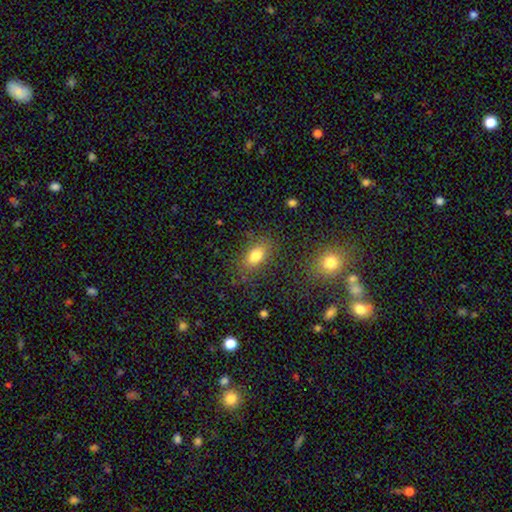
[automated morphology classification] smooth 78%, star or artifact 12%, featured or disk 10%. Down the decision tree: how rounded — in between (83%); merging — none (80%).